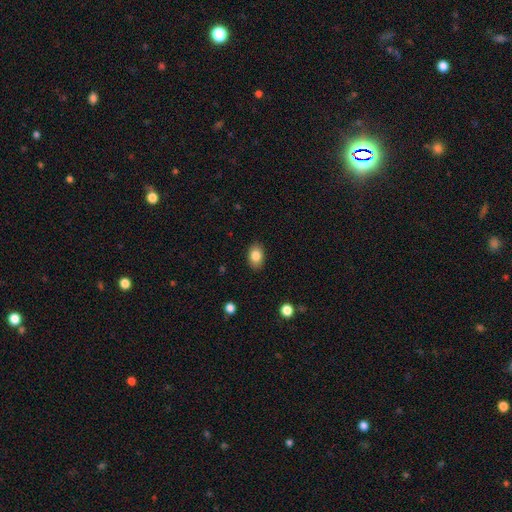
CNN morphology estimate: Overall: smooth (84%). How rounded: in between (84%). Merging: none (87%).